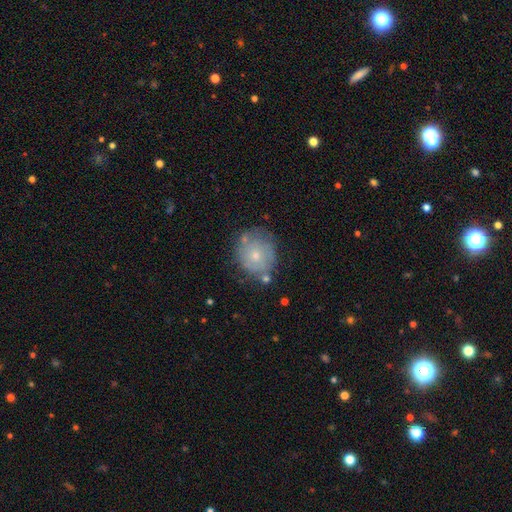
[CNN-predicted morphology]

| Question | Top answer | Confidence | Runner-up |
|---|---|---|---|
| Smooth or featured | featured or disk | 51% | smooth (41%) |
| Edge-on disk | no | 97% | yes (3%) |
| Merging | none | 64% | minor disturbance (22%) |